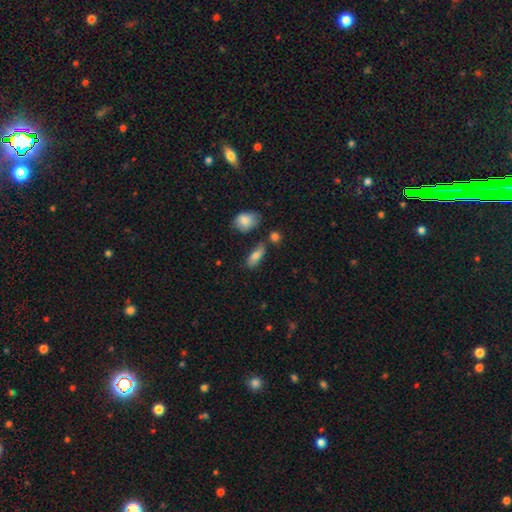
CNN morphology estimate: This is likely a smooth galaxy (78%). How rounded: likely in between (73%). Merging: likely none (67%).